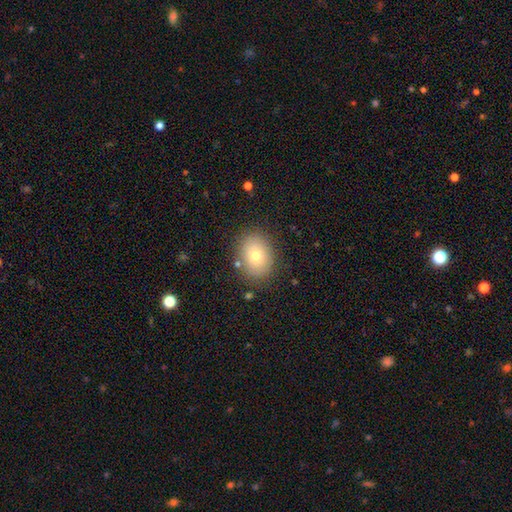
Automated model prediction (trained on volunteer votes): smooth-or-featured: smooth: 75% | featured or disk: 14% | star or artifact: 11%
  how-rounded: in between: 60% | round: 39% | cigar-shaped: 1%
  merging: none: 85% | minor disturbance: 10% | major disturbance: 3% | merger: 2%